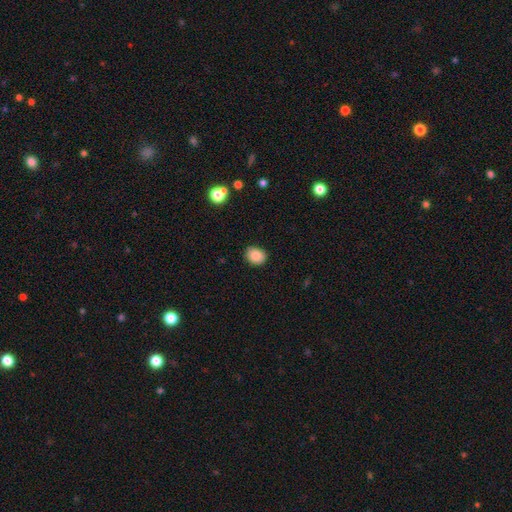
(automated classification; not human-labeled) Smooth or featured: smooth — 87% (star or artifact — 9%)
How rounded: round — 52% (in between — 47%)
Merging: none — 87% (minor disturbance — 10%)